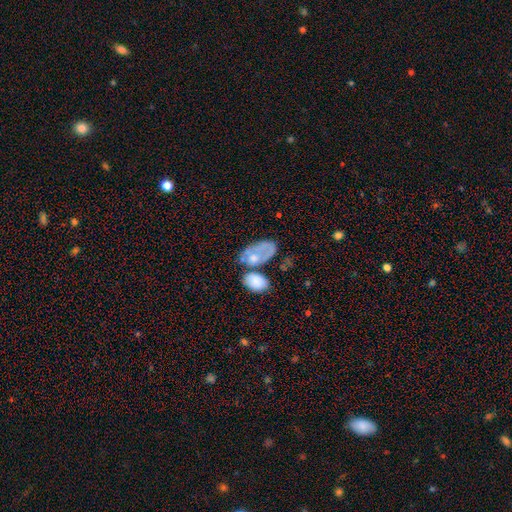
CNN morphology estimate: Q: Smooth or featured?
A: smooth (56%); runner-up: featured or disk (36%)
Q: How rounded?
A: in between (91%); runner-up: round (7%)
Q: Merging?
A: merger (33%); runner-up: none (27%)